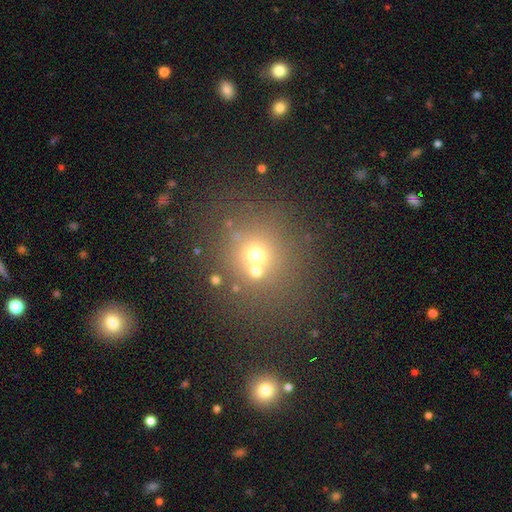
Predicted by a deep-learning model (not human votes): smooth-or-featured: smooth: 58% | star or artifact: 26% | featured or disk: 16%
  how-rounded: round: 86% | in between: 13% | cigar-shaped: 1%
  merging: none: 60% | merger: 26% | minor disturbance: 9% | major disturbance: 5%